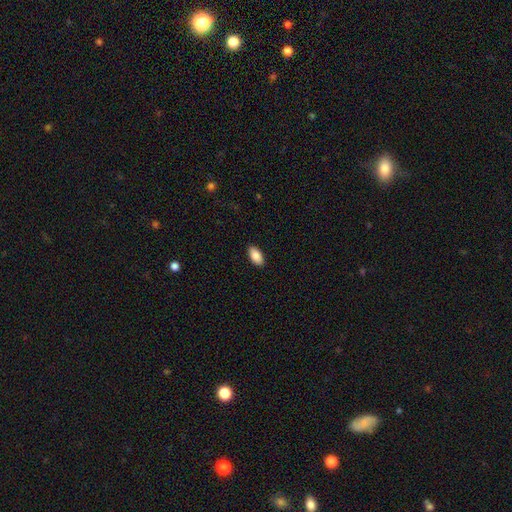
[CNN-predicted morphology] The model was most divided on "smooth or featured": smooth: 87%, star or artifact: 7%, featured or disk: 6%. More confident: how rounded — in between (93%); merging — none (90%).